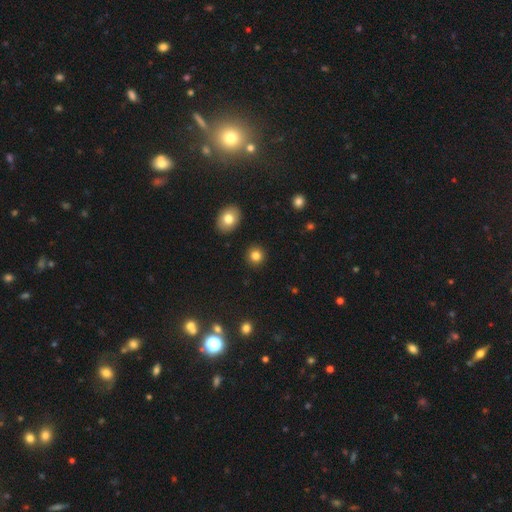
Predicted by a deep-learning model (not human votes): A smooth galaxy with no disk features (82%) that is round (90%).

Vote fractions:
- Smooth or featured? smooth: 82% / star or artifact: 12% / featured or disk: 6%
- How rounded? round: 90% / in between: 9% / cigar-shaped: 1%
- Merging? none: 91% / minor disturbance: 5% / major disturbance: 2% / merger: 2%